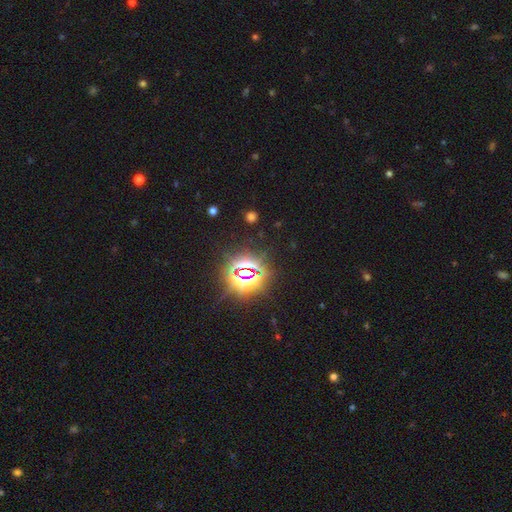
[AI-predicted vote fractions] Smooth or featured: star or artifact — 81% (smooth — 12%)